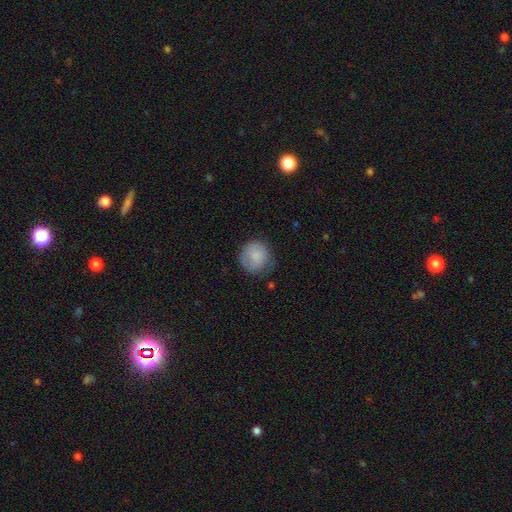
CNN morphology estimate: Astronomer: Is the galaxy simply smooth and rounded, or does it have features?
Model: smooth — 78%.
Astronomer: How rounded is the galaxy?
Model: round — 87%.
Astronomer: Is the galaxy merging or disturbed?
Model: none — 63%.